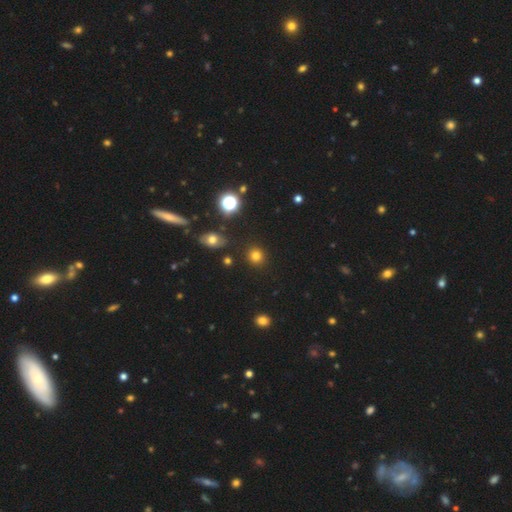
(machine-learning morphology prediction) This appears to be a smooth galaxy with no disk features (78%) that is round (87%). Merging: none (89%).